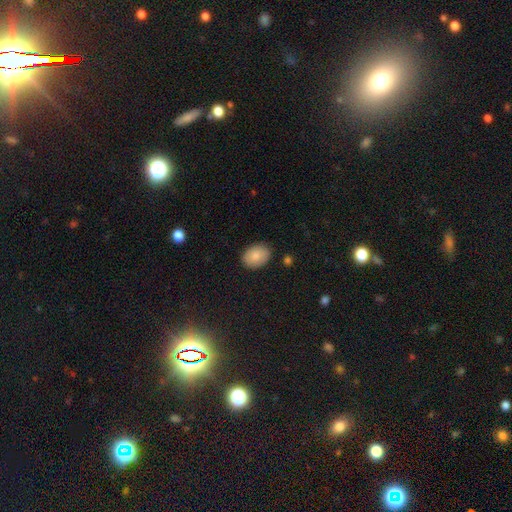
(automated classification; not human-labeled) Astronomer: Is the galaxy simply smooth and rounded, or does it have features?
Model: smooth — 81%.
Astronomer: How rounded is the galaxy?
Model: in between — 74%.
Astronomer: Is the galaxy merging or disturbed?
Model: none — 85%.